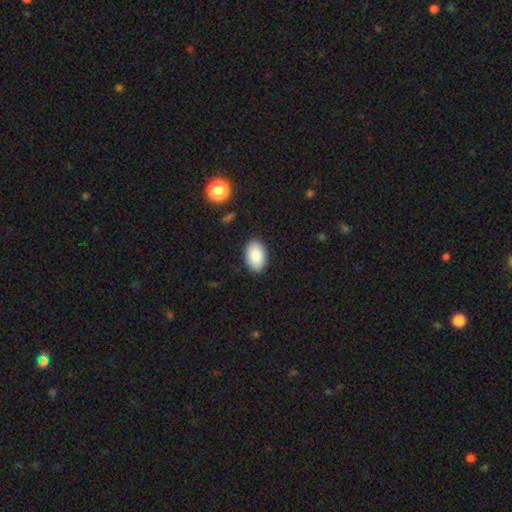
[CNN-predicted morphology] This is clearly a smooth galaxy (89%). How rounded: clearly in between (94%). Merging: clearly none (88%).